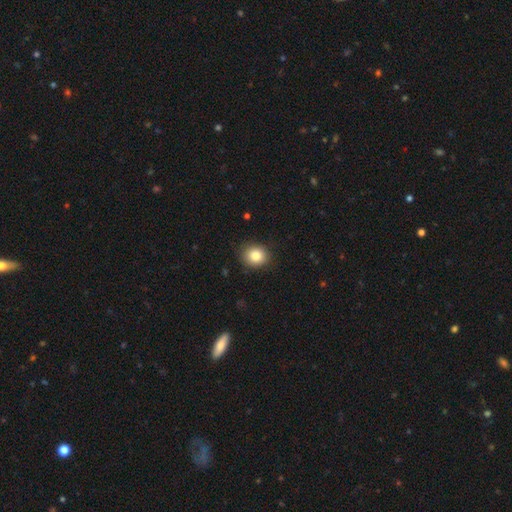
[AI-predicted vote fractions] Overall: smooth (84%). How rounded: round (72%). Merging: none (88%).